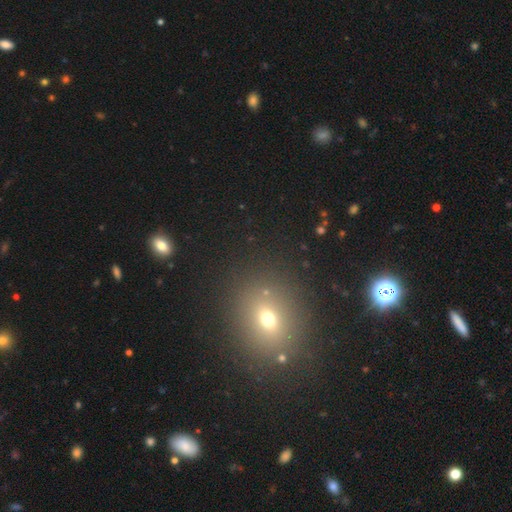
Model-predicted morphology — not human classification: Smooth or featured?
  - smooth: 51% *
  - star or artifact: 38%
  - featured or disk: 11%
How rounded?
  - round: 66% *
  - in between: 32%
  - cigar-shaped: 2%
Merging?
  - none: 89% *
  - minor disturbance: 7%
  - major disturbance: 3%
  - merger: 2%